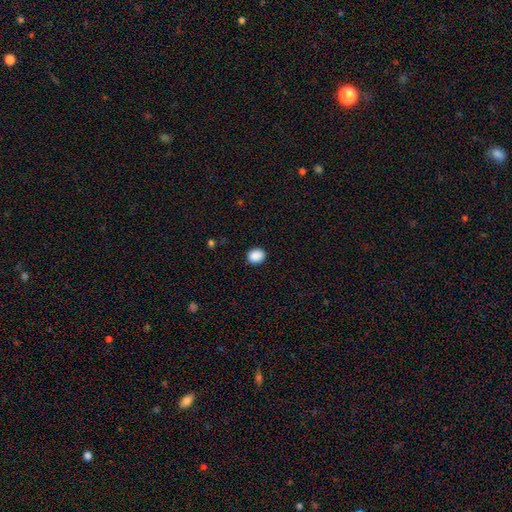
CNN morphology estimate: Smooth or featured?
  - smooth: 90% *
  - star or artifact: 8%
  - featured or disk: 2%
How rounded?
  - in between: 51% *
  - round: 48%
  - cigar-shaped: 1%
Merging?
  - none: 90% *
  - minor disturbance: 7%
  - major disturbance: 2%
  - merger: 1%